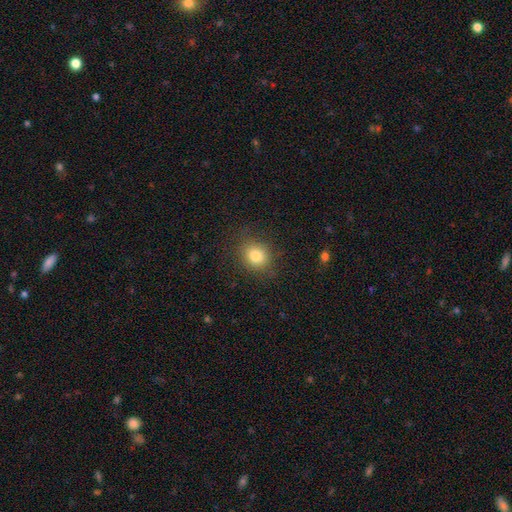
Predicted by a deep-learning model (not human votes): Smooth or featured: smooth — 81% (star or artifact — 12%)
How rounded: round — 68% (in between — 31%)
Merging: none — 81% (minor disturbance — 13%)